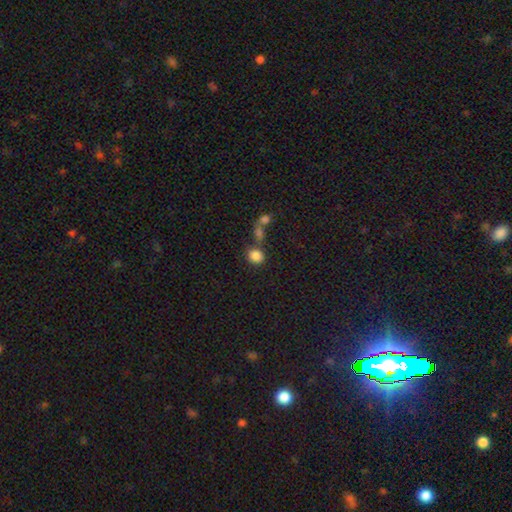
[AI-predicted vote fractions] Smooth or featured: smooth — 84% (star or artifact — 11%)
How rounded: round — 64% (in between — 35%)
Merging: none — 61% (merger — 22%)